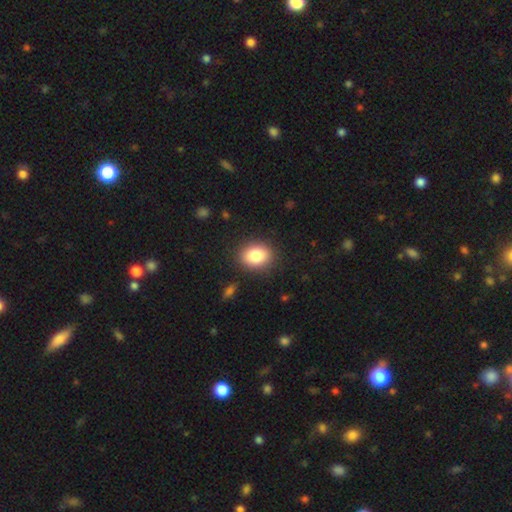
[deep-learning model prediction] A smooth galaxy with no disk features (84%) that is in between round and cigar-shaped (59%).

Vote fractions:
- Smooth or featured? smooth: 84% / star or artifact: 9% / featured or disk: 7%
- How rounded? in between: 59% / round: 40% / cigar-shaped: 1%
- Merging? none: 88% / minor disturbance: 8% / major disturbance: 3% / merger: 1%